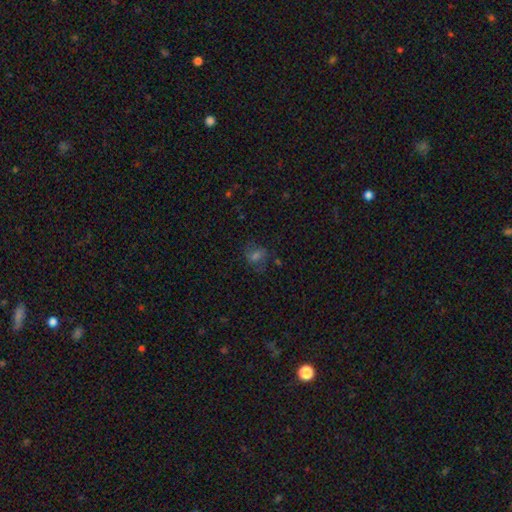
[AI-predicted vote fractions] A smooth galaxy with no disk features (44%). Merging: none (70%).